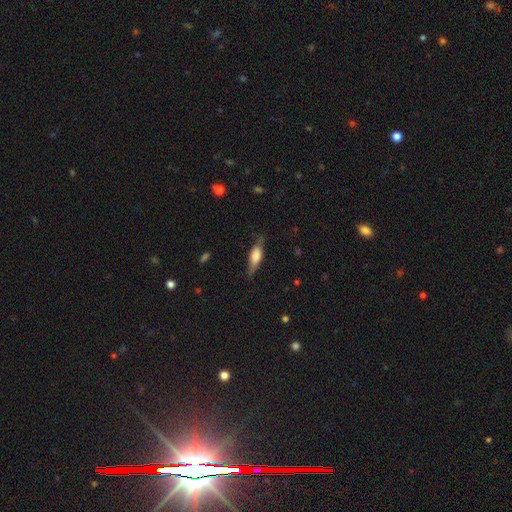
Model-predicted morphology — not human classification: The model was most divided on "how rounded": in between: 55%, cigar-shaped: 43%, round: 3%. More confident: merging — none (70%); smooth or featured — smooth (60%).